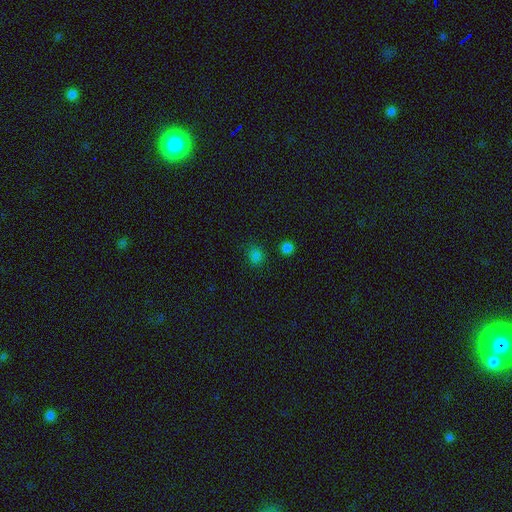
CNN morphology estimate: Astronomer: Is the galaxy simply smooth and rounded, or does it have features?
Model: smooth — 77%.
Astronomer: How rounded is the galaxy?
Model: round — 79%.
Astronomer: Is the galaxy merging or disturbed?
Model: none — 83%.